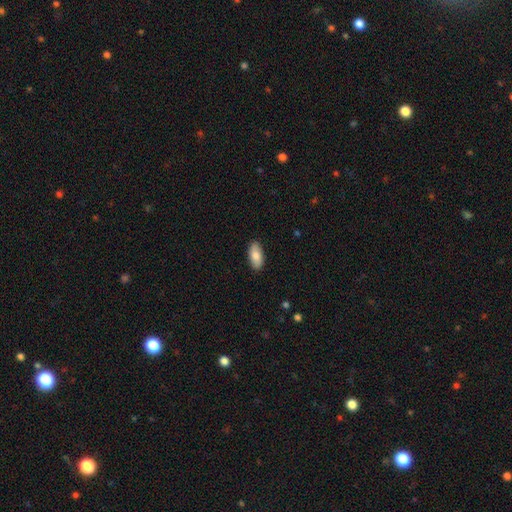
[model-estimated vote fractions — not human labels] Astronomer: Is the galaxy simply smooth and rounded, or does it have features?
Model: smooth — 83%.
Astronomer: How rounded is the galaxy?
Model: in between — 90%.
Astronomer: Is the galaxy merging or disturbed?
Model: none — 89%.